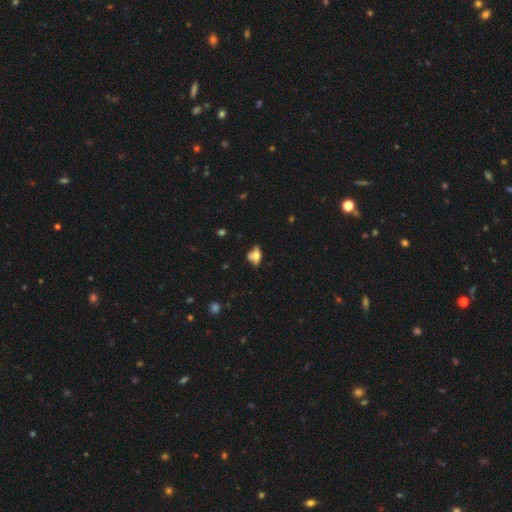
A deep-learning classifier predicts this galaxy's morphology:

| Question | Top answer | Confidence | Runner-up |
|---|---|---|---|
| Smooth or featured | smooth | 55% | featured or disk (34%) |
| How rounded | in between | 79% | round (14%) |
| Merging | none | 44% | minor disturbance (27%) |